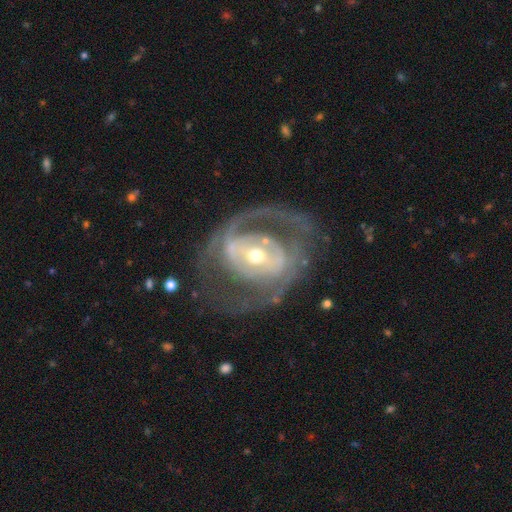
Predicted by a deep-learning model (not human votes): Overall: featured or disk (86%). Edge-on disk: no (96%). Bar: strong (39%; weak 32%). Spiral arms: yes (82%). Spiral arm count: 2 (73%). Spiral winding: medium (44%; tight 39%). Bulge size: moderate (47%; small 45%). Merging: none (66%).